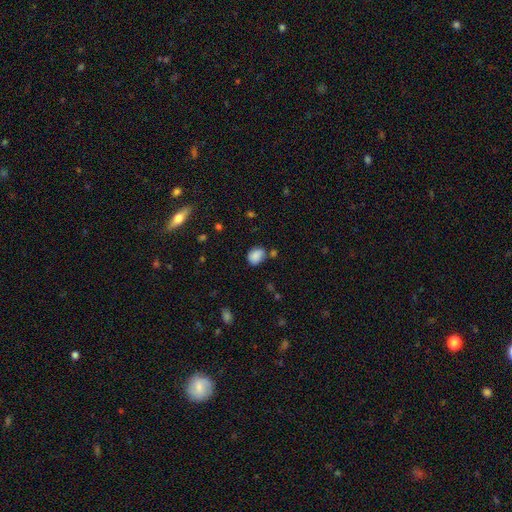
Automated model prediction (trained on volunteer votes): Smooth or featured: smooth — 85% (star or artifact — 9%)
How rounded: in between — 57% (round — 42%)
Merging: none — 64% (minor disturbance — 21%)